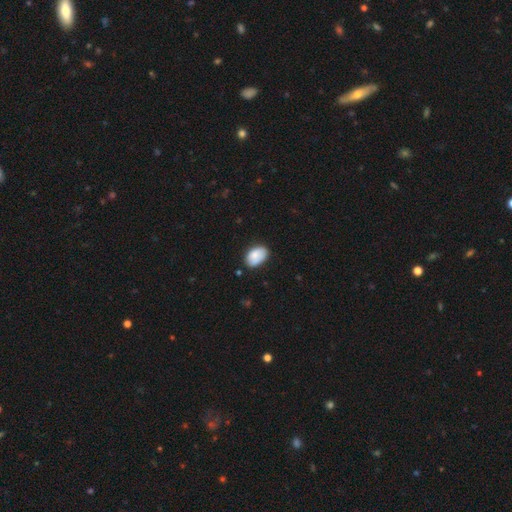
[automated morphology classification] Smooth or featured? smooth (84%)
How rounded? in between (89%)
Merging? none (70%)